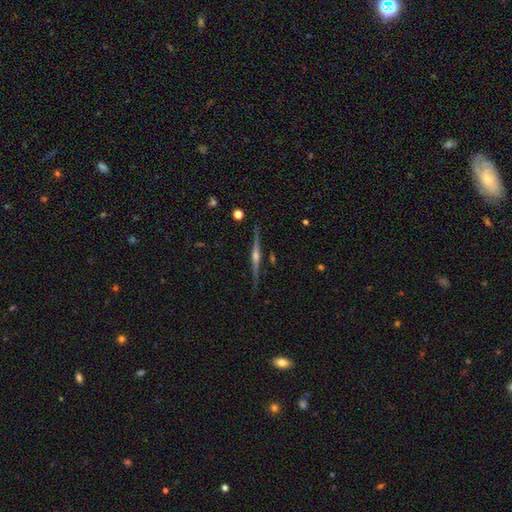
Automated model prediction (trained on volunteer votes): Morphology: type=featured or disk (83%); edge-on=yes (98%); edge-on bulge=rounded (85%); merging=none (89%).